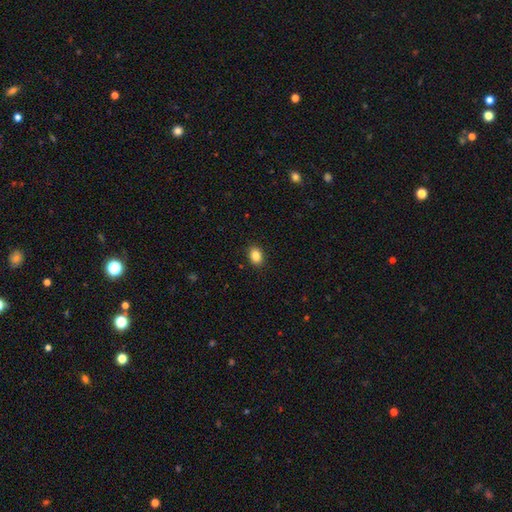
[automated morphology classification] This appears to be a smooth galaxy with no disk features (86%) that is in between round and cigar-shaped (67%). Merging: none (89%).